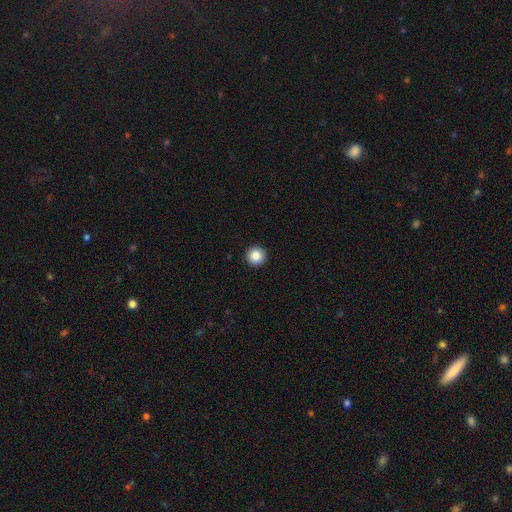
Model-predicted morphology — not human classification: Smooth or featured?
  - smooth: 87% *
  - star or artifact: 9%
  - featured or disk: 4%
How rounded?
  - round: 97% *
  - in between: 2%
  - cigar-shaped: 1%
Merging?
  - none: 94% *
  - minor disturbance: 4%
  - major disturbance: 1%
  - merger: 1%